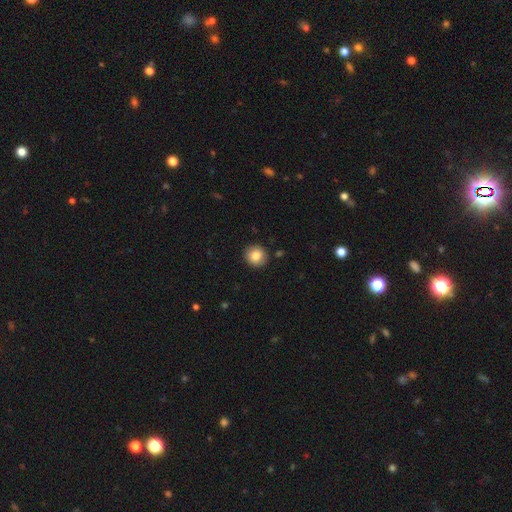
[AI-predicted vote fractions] A smooth galaxy with no disk features (83%) that is round (91%).

Vote fractions:
- Smooth or featured? smooth: 83% / star or artifact: 9% / featured or disk: 8%
- How rounded? round: 91% / in between: 8% / cigar-shaped: 1%
- Merging? none: 91% / minor disturbance: 6% / major disturbance: 2% / merger: 1%